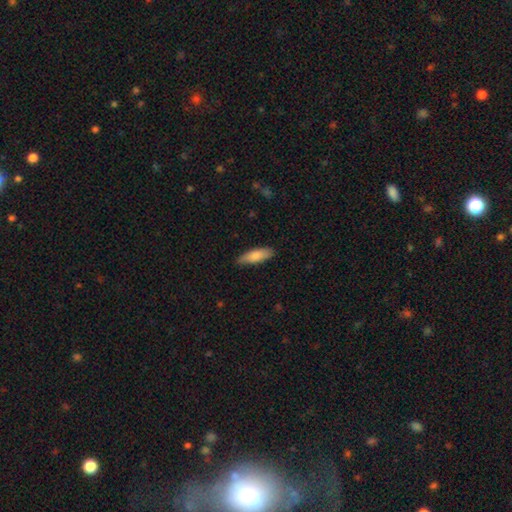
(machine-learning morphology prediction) smooth 81%, featured or disk 13%, star or artifact 6%. Down the decision tree: how rounded — in between (57%); merging — none (82%).